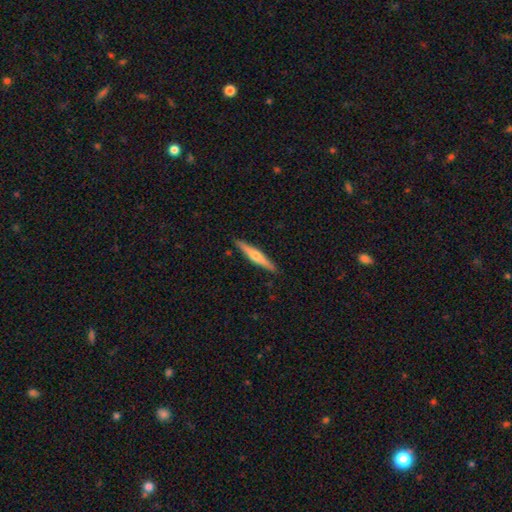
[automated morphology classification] Smooth or featured?
  - featured or disk: 60% *
  - smooth: 35%
  - star or artifact: 5%
Edge-on disk?
  - yes: 97% *
  - no: 3%
Edge-on bulge?
  - rounded: 88% *
  - none: 8%
  - boxy: 4%
Merging?
  - none: 90% *
  - minor disturbance: 7%
  - major disturbance: 1%
  - merger: 1%